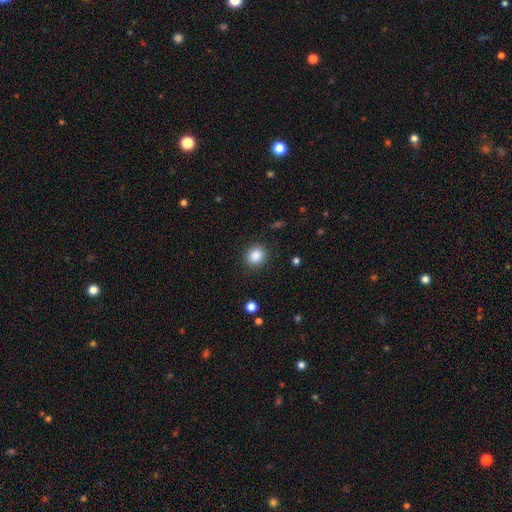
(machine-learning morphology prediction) Smooth or featured? Predicted: smooth (p=0.87). How rounded? Predicted: round (p=0.76). Merging? Predicted: none (p=0.89).